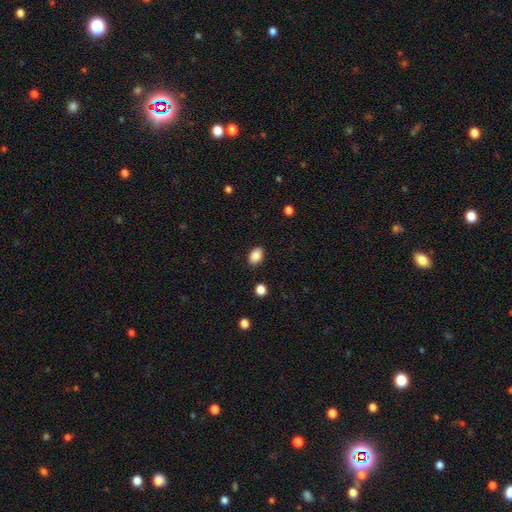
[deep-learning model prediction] Smooth or featured?
  - smooth: 88% *
  - star or artifact: 8%
  - featured or disk: 3%
How rounded?
  - in between: 80% *
  - round: 19%
  - cigar-shaped: 1%
Merging?
  - none: 87% *
  - minor disturbance: 9%
  - major disturbance: 2%
  - merger: 1%